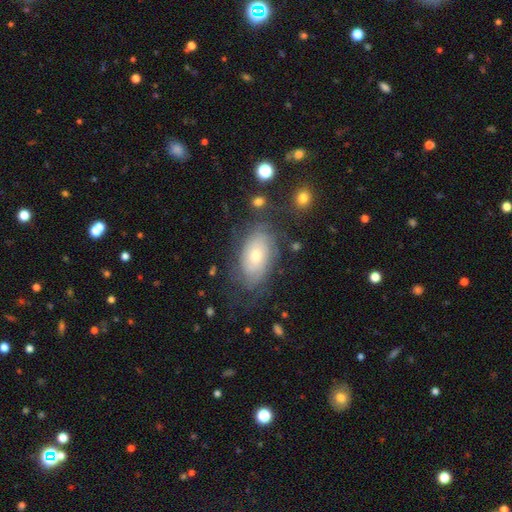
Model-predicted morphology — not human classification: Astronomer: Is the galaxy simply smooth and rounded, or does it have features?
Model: featured or disk — 62%.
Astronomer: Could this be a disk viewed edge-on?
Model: no — 93%.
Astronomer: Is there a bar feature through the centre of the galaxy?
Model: no — 80%.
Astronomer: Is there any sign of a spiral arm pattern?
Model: yes — 83%.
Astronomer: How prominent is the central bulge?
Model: moderate — 52% (runner-up: small, 41%).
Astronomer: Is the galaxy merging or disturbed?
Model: none — 66%.